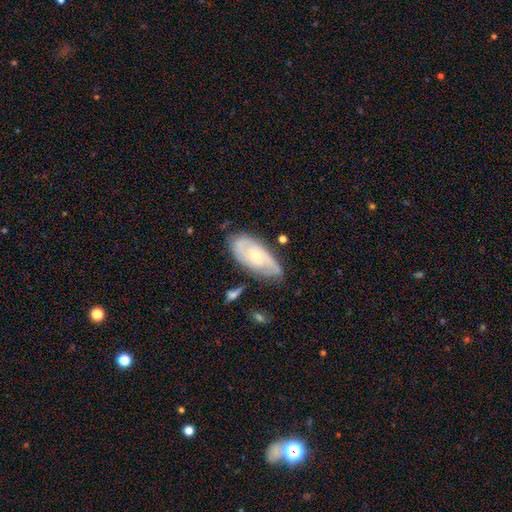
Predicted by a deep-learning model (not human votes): A featured or disk galaxy (72%) with no bar (73%), 2 (44%) tight (59%) spiral arms (87%) and a small central bulge (64%). Merging: none (68%).